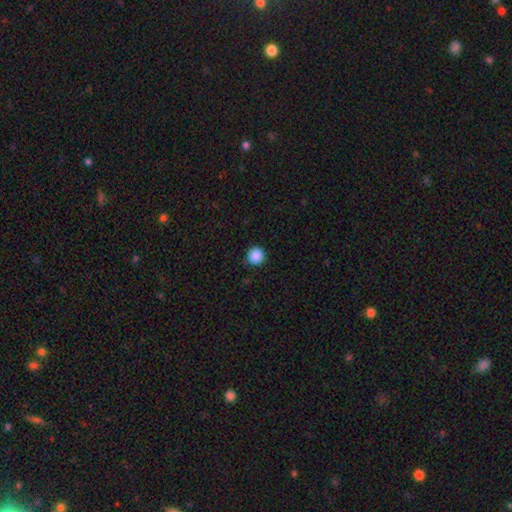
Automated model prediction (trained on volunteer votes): Overall: smooth (88%). How rounded: round (96%). Merging: none (90%).